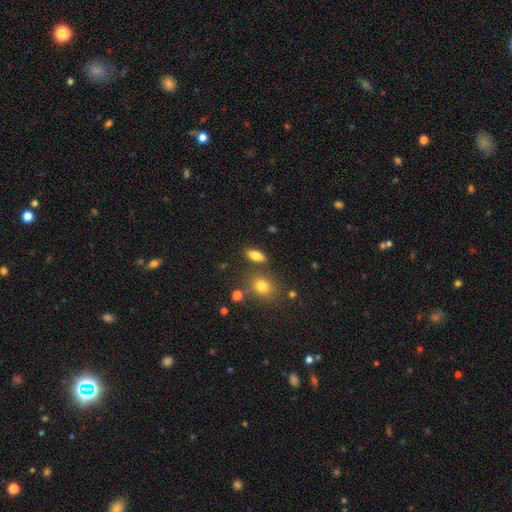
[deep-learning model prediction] Q: Smooth or featured?
A: smooth (79%); runner-up: featured or disk (11%)
Q: How rounded?
A: in between (78%); runner-up: cigar-shaped (15%)
Q: Merging?
A: none (78%); runner-up: minor disturbance (11%)